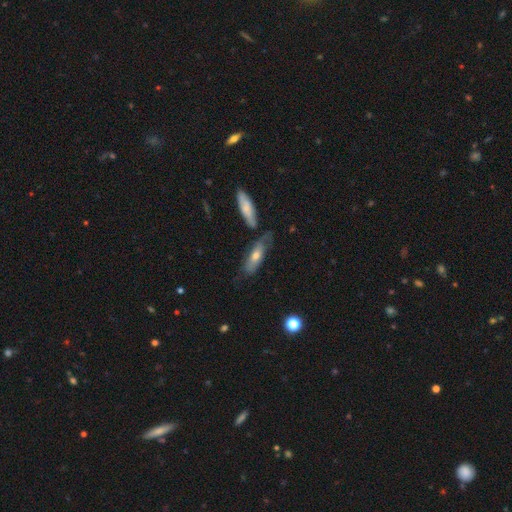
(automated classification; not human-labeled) Smooth or featured? Predicted: smooth (p=0.53). How rounded? Predicted: cigar-shaped (p=0.49). Merging? Predicted: none (p=0.56).